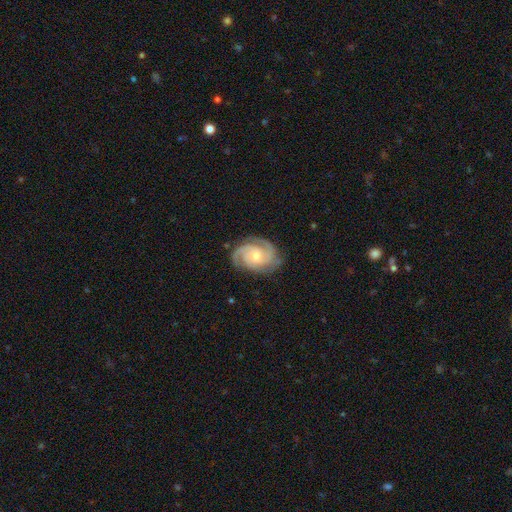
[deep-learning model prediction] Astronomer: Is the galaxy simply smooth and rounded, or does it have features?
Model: featured or disk — 89%.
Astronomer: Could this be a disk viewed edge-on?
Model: no — 98%.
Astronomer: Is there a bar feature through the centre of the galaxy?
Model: no — 69%.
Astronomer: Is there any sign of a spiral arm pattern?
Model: yes — 98%.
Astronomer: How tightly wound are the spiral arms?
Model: tight — 56% (runner-up: medium, 38%).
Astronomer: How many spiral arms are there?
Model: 3 — 53%.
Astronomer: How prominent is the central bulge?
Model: moderate — 50% (runner-up: small, 46%).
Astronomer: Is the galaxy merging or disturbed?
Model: none — 78%.